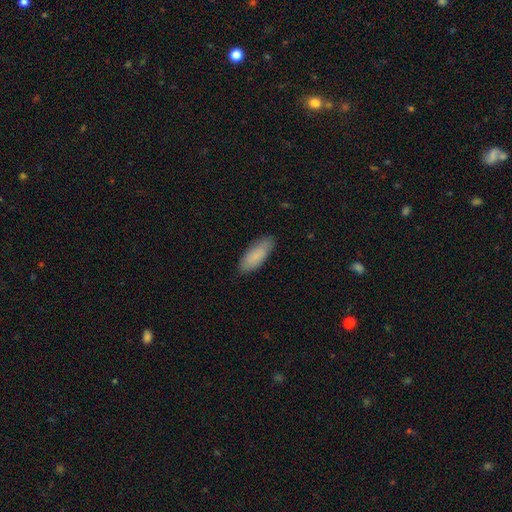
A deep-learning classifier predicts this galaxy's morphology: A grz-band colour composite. It shows a smooth galaxy with no disk features (87%) that is in between round and cigar-shaped (70%). Merging: none (86%).